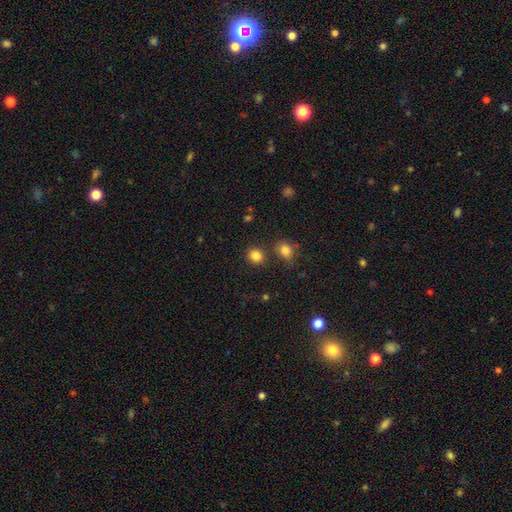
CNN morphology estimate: smooth 84%, star or artifact 12%, featured or disk 4%. Down the decision tree: how rounded — round (81%); merging — none (81%).